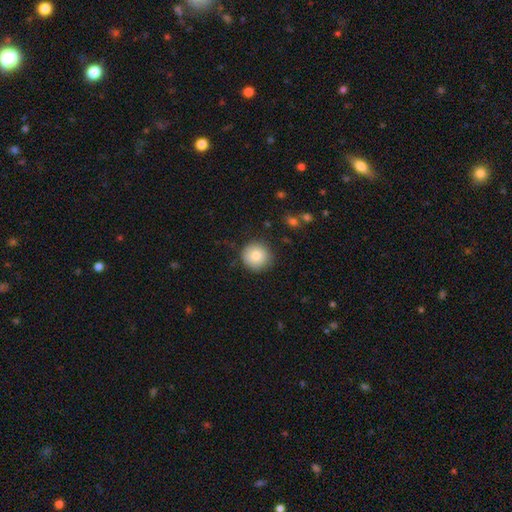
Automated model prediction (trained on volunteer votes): Smooth or featured? smooth (82%)
How rounded? round (95%)
Merging? none (86%)